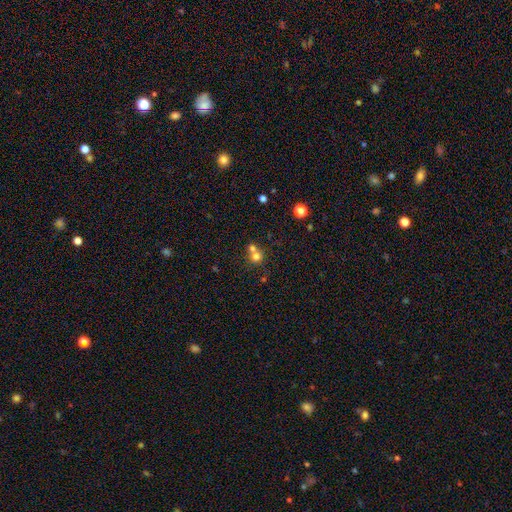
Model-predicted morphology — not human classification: Smooth or featured? smooth (71%)
How rounded? round (84%)
Merging? merger (53%)